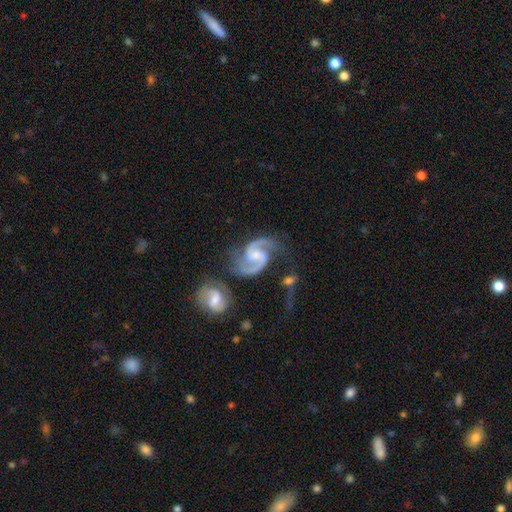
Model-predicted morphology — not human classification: smooth-or-featured: featured or disk: 93% | star or artifact: 4% | smooth: 3%
  disk-edge-on: no: 98% | yes: 2%
    bar: weak: 51% | no: 36% | strong: 13%
    has-spiral-arms: yes: 98% | no: 2%
      spiral-winding: medium: 64% | loose: 23% | tight: 13%
      spiral-arm-count: 2: 94% | can't tell: 1% | 1: 1% | 3: 1% | 4: 1% | more than 4: 1%
    bulge-size: small: 45% | moderate: 37% | none: 13% | large: 3% | dominant: 1%
  merging: none: 59% | minor disturbance: 19% | merger: 14% | major disturbance: 9%